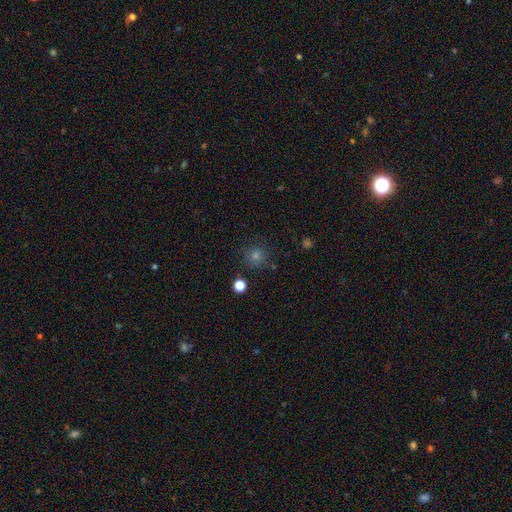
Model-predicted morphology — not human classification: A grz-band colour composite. It shows a smooth galaxy with no disk features (67%) that is round (94%). Merging: none (87%).